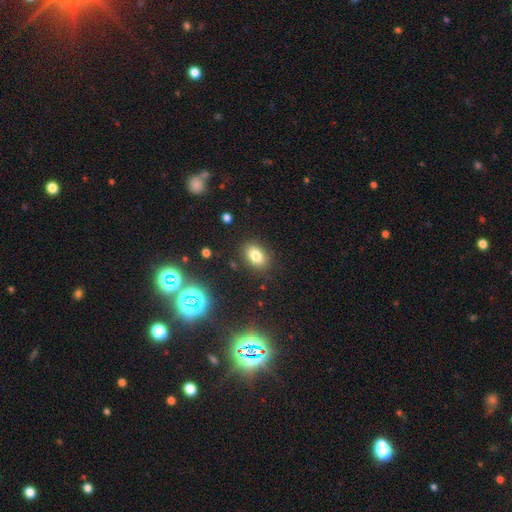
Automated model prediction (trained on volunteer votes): This is likely a smooth galaxy (80%). How rounded: clearly in between (81%). Merging: clearly none (85%).